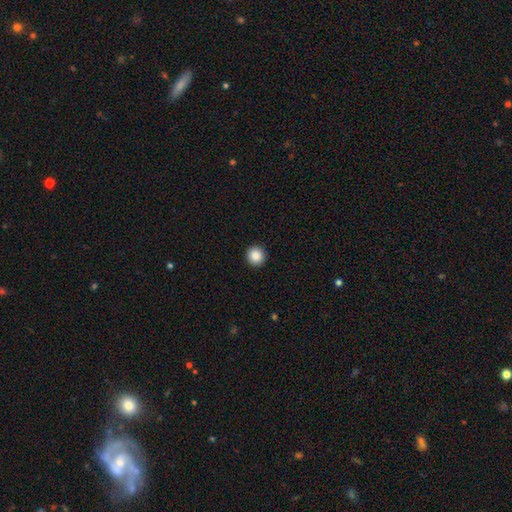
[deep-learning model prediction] Overall: smooth (87%). How rounded: round (94%). Merging: none (93%).